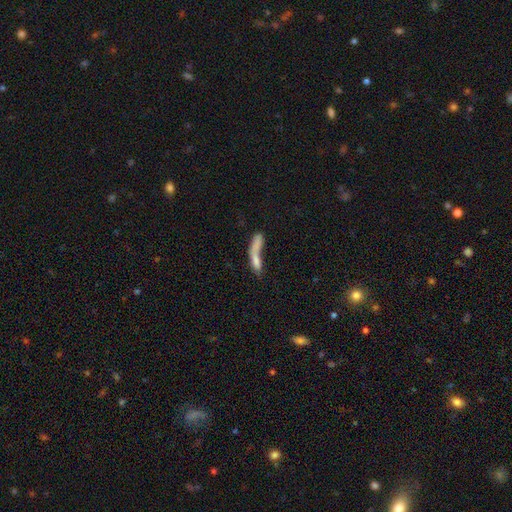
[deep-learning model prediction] Q: Smooth or featured?
A: smooth (63%); runner-up: featured or disk (26%)
Q: How rounded?
A: cigar-shaped (72%); runner-up: in between (24%)
Q: Merging?
A: merger (44%); runner-up: none (24%)